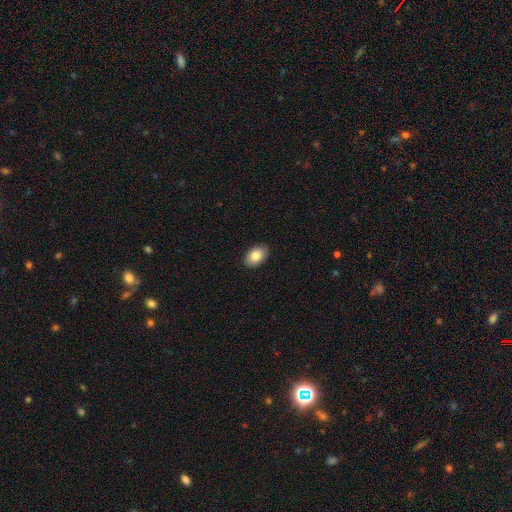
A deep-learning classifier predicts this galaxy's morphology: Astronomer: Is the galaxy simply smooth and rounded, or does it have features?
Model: smooth — 84%.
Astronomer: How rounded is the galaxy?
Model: in between — 86%.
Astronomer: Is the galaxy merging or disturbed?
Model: none — 89%.